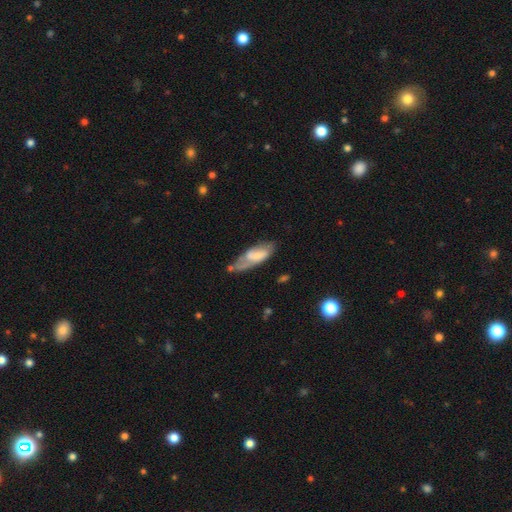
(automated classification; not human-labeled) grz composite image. It shows a smooth galaxy with no disk features (50%) that is in between round and cigar-shaped (68%). Merging: none (40%).